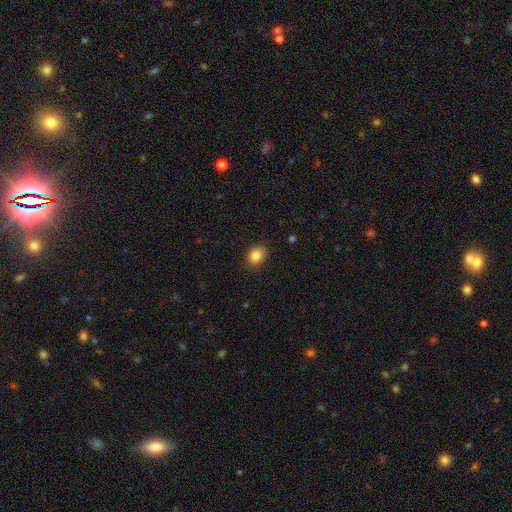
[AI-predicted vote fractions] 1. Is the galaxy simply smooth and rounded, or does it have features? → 86% smooth, 9% star or artifact, 5% featured or disk.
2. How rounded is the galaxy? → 62% in between, 37% round, 1% cigar-shaped.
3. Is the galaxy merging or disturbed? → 85% none, 11% minor disturbance, 3% major disturbance, 1% merger.